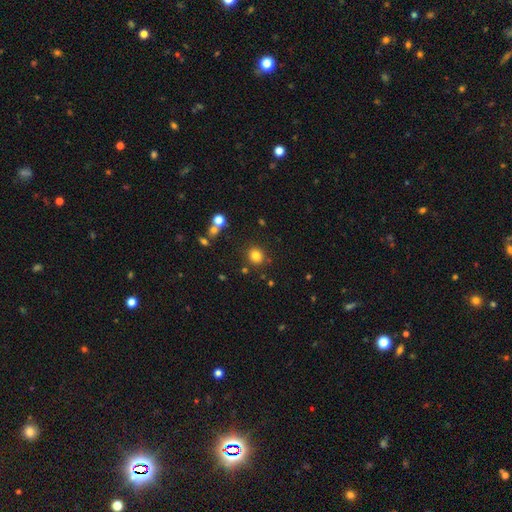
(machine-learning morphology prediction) The model was most divided on "smooth or featured": smooth: 81%, star or artifact: 13%, featured or disk: 6%. More confident: how rounded — round (86%); merging — none (84%).